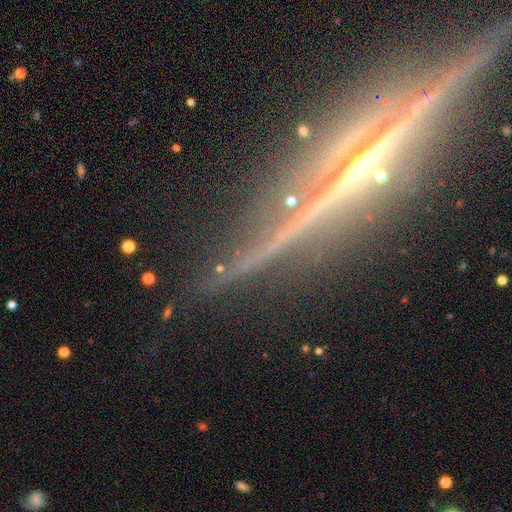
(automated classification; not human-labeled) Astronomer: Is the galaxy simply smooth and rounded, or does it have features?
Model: featured or disk — 69%.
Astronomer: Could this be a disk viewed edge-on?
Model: yes — 94%.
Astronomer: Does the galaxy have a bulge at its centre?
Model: rounded — 60%.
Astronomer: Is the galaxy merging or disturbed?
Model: none — 84%.